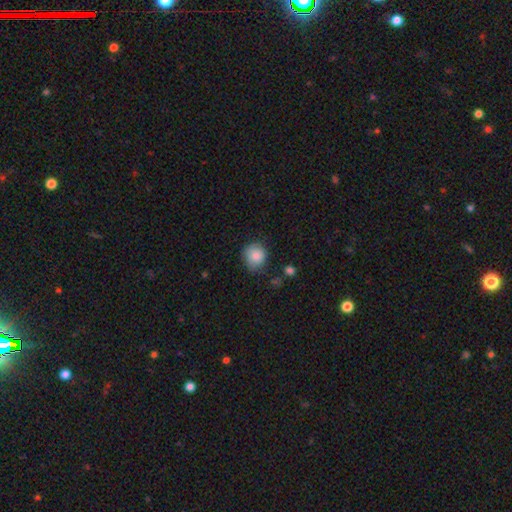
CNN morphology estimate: Smooth or featured?
  - smooth: 84% *
  - star or artifact: 8%
  - featured or disk: 7%
How rounded?
  - round: 85% *
  - in between: 15%
  - cigar-shaped: 1%
Merging?
  - none: 69% *
  - minor disturbance: 23%
  - major disturbance: 5%
  - merger: 3%